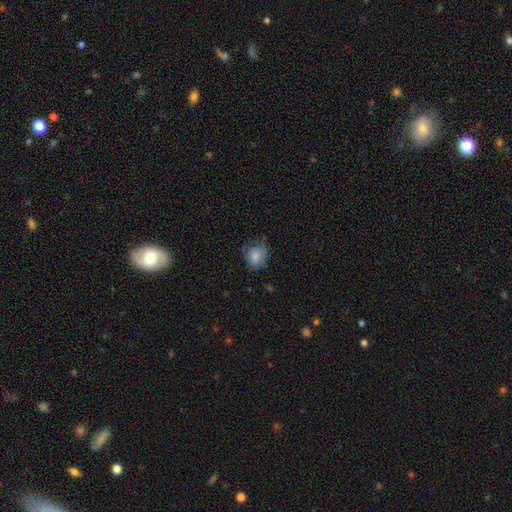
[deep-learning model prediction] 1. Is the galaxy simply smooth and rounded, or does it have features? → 80% smooth, 12% featured or disk, 8% star or artifact.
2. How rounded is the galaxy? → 53% round, 46% in between, 1% cigar-shaped.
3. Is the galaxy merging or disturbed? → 58% none, 30% minor disturbance, 11% major disturbance, 1% merger.